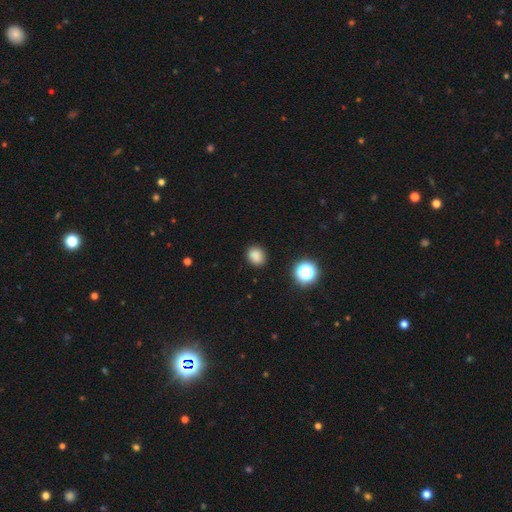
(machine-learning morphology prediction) Q: Smooth or featured?
A: smooth (82%); runner-up: star or artifact (13%)
Q: How rounded?
A: round (66%); runner-up: in between (33%)
Q: Merging?
A: none (85%); runner-up: minor disturbance (11%)